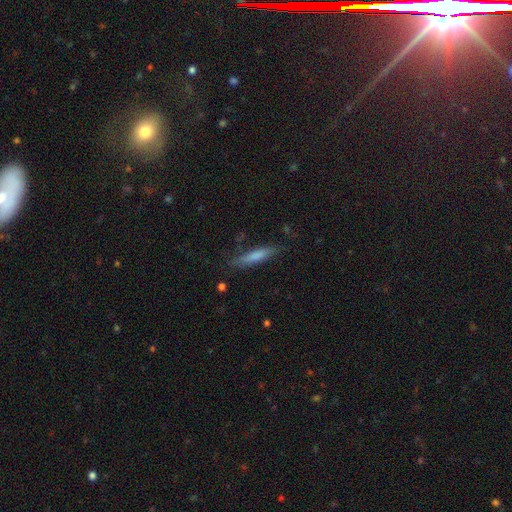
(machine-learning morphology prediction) Smooth or featured? smooth (72%)
How rounded? cigar-shaped (87%)
Merging? none (79%)